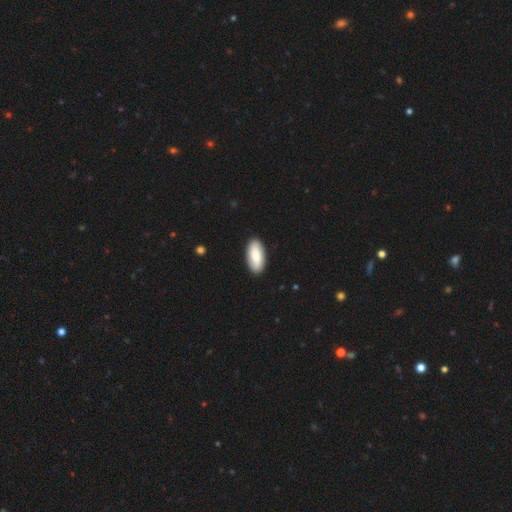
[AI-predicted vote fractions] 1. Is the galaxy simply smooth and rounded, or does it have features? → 78% smooth, 16% featured or disk, 5% star or artifact.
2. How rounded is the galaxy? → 90% in between, 8% cigar-shaped, 2% round.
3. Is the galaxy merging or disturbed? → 90% none, 8% minor disturbance, 2% major disturbance, 1% merger.